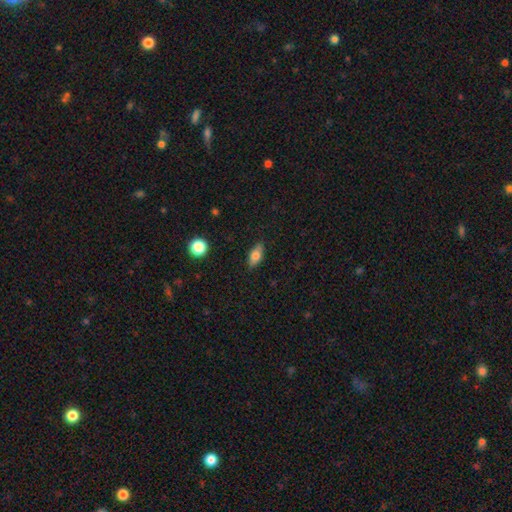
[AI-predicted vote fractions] The model was most divided on "smooth or featured": smooth: 70%, featured or disk: 22%, star or artifact: 8%. More confident: merging — none (86%); how rounded — in between (80%).